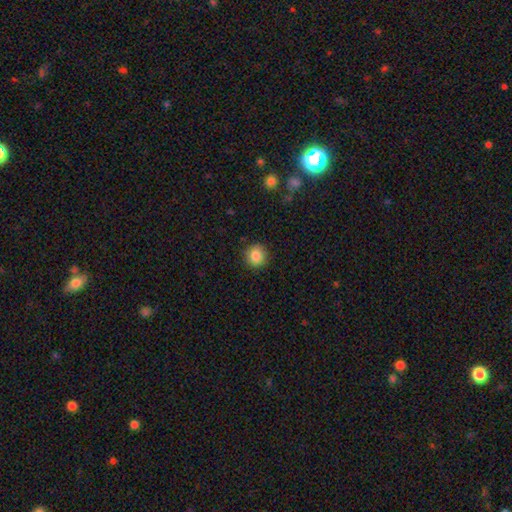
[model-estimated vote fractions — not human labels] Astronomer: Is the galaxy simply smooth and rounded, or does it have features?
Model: smooth — 85%.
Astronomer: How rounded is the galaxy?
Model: round — 91%.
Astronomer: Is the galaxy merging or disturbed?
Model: none — 89%.